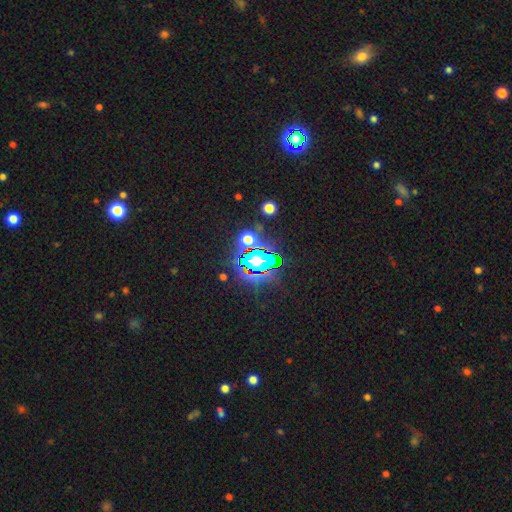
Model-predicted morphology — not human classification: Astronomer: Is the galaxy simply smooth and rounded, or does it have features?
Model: star or artifact — 77%.